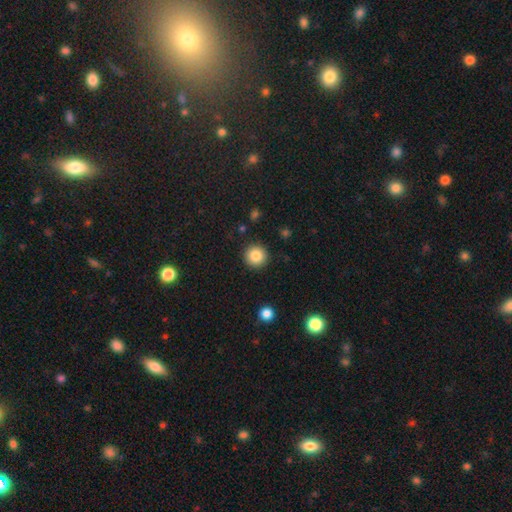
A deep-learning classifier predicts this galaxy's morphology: Smooth or featured? Predicted: smooth (p=0.85). How rounded? Predicted: round (p=0.95). Merging? Predicted: none (p=0.91).